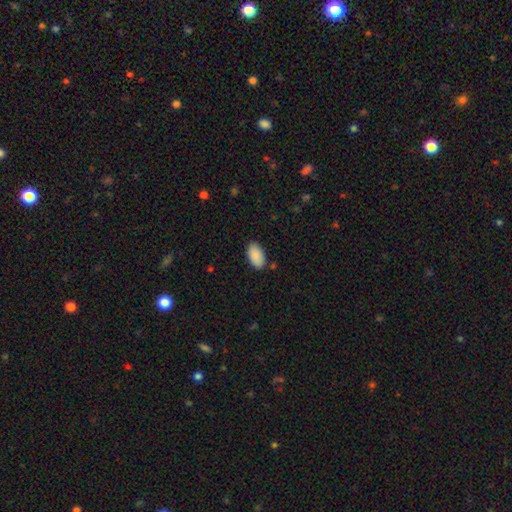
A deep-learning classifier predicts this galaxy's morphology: A smooth galaxy with no disk features (90%) that is in between round and cigar-shaped (95%).

Vote fractions:
- Smooth or featured? smooth: 90% / star or artifact: 6% / featured or disk: 4%
- How rounded? in between: 95% / round: 3% / cigar-shaped: 2%
- Merging? none: 85% / minor disturbance: 11% / major disturbance: 2% / merger: 2%